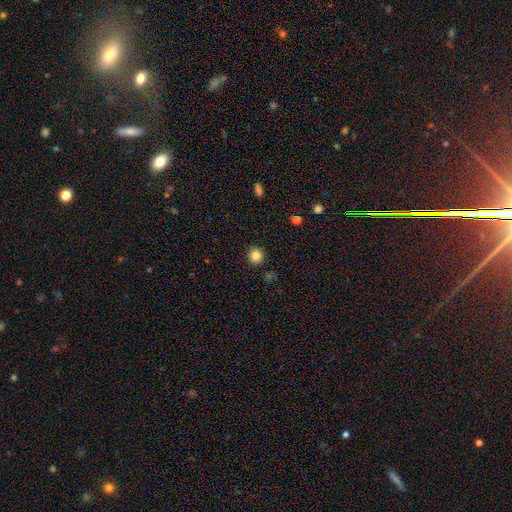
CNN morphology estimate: The model was most divided on "smooth or featured": smooth: 84%, star or artifact: 11%, featured or disk: 5%. More confident: merging — none (91%); how rounded — round (89%).